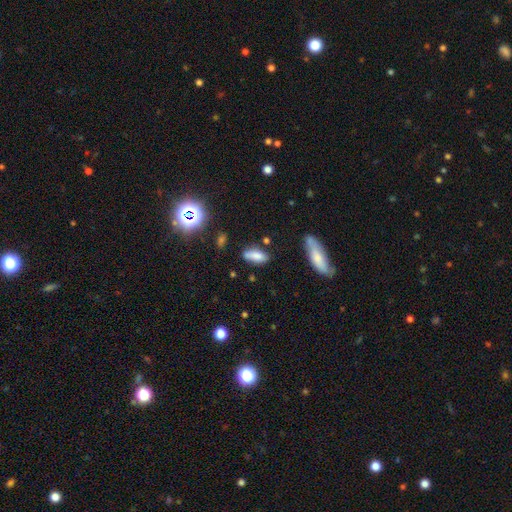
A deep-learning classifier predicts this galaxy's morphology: A smooth galaxy with no disk features (77%) that is in between round and cigar-shaped (76%). Merging: none (67%).